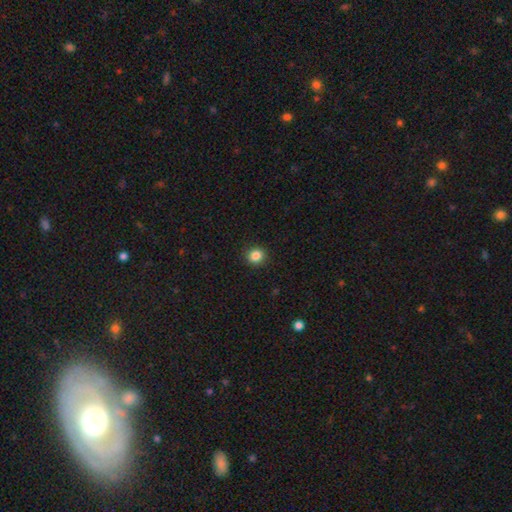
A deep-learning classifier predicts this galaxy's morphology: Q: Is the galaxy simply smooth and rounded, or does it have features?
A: smooth — 85%.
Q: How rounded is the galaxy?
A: round — 87%.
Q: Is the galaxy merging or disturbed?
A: none — 91%.